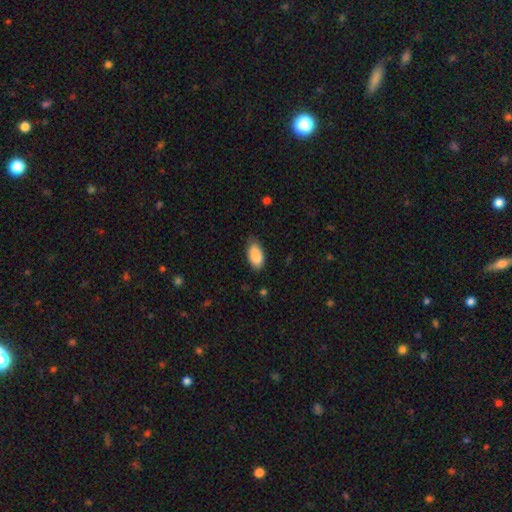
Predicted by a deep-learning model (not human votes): smooth_or_featured: smooth (p=0.89) [alt: star or artifact p=0.06]
how_rounded: in between (p=0.93) [alt: cigar-shaped p=0.05]
merging: none (p=0.76) [alt: minor disturbance p=0.20]